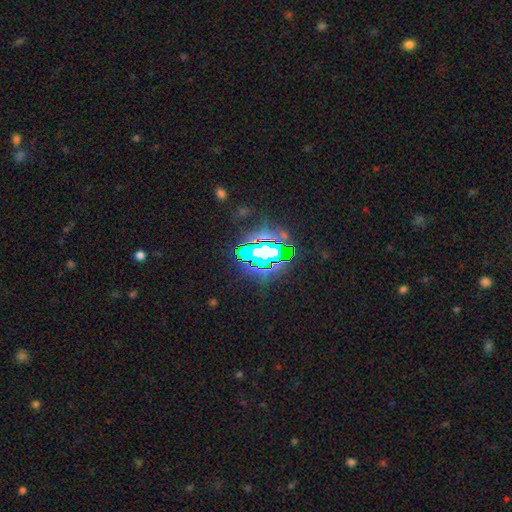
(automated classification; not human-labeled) smooth_or_featured: star or artifact (p=0.72) [alt: smooth p=0.14]